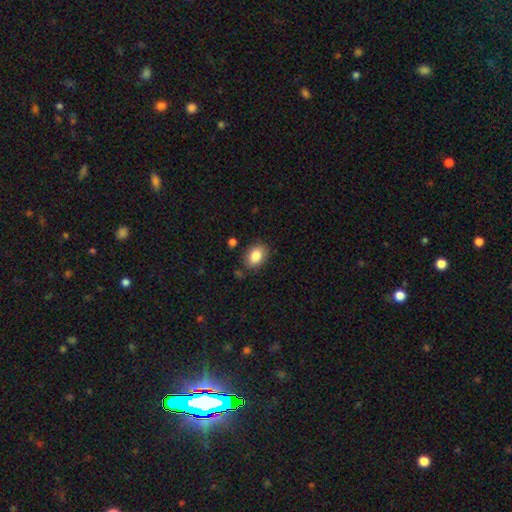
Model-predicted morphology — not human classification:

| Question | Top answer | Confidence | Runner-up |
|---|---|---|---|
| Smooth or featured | smooth | 85% | star or artifact (8%) |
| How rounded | in between | 73% | round (26%) |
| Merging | none | 81% | minor disturbance (13%) |